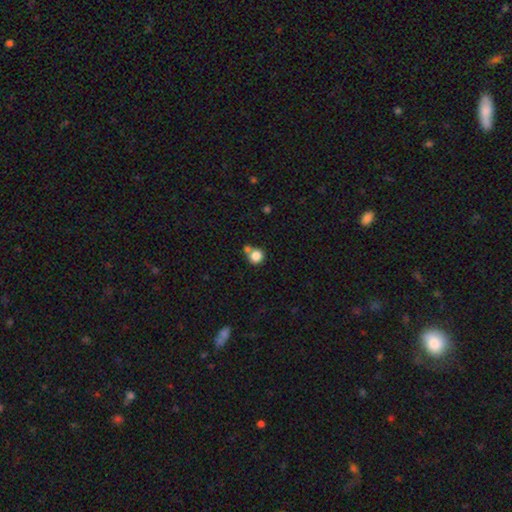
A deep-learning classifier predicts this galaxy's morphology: A smooth galaxy with no disk features (84%) that is round (87%).

Vote fractions:
- Smooth or featured? smooth: 84% / star or artifact: 10% / featured or disk: 6%
- How rounded? round: 87% / in between: 12% / cigar-shaped: 1%
- Merging? none: 56% / merger: 32% / minor disturbance: 9% / major disturbance: 4%